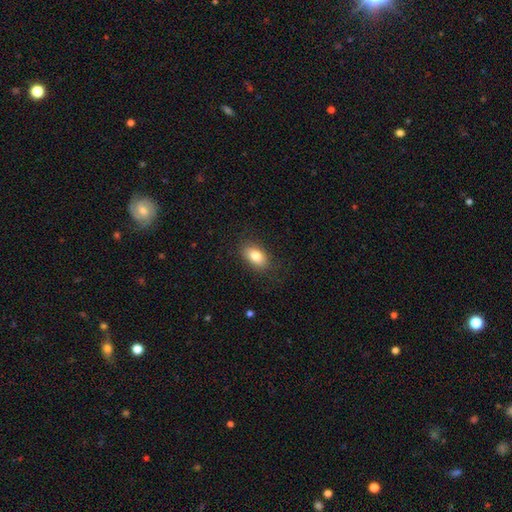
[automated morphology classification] Smooth or featured?
  - smooth: 81% *
  - featured or disk: 11%
  - star or artifact: 8%
How rounded?
  - in between: 89% *
  - round: 9%
  - cigar-shaped: 2%
Merging?
  - none: 84% *
  - minor disturbance: 11%
  - major disturbance: 4%
  - merger: 1%